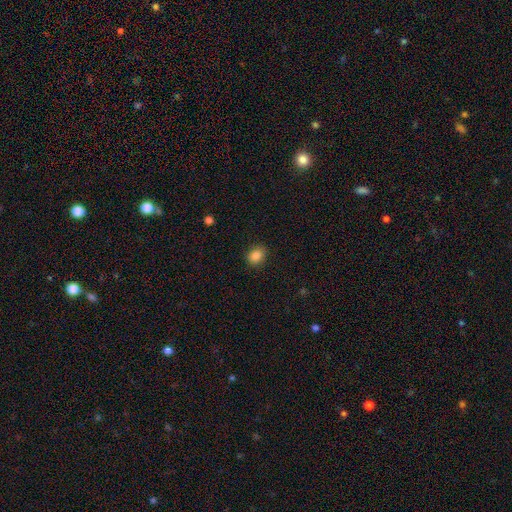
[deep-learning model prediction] Overall: smooth (86%). How rounded: in between (54%; round 45%). Merging: none (86%).